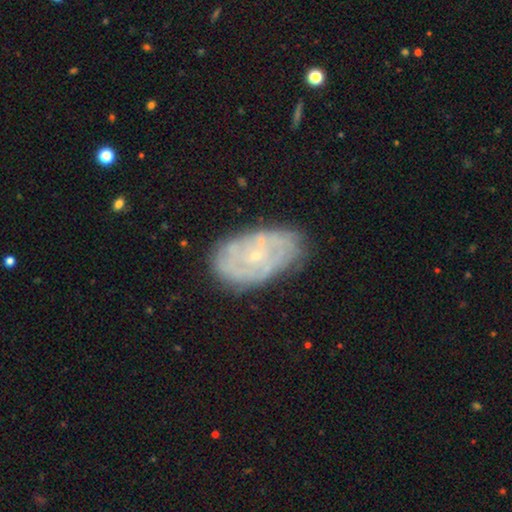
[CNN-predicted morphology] featured or disk 70%, smooth 22%, star or artifact 8%. Down the decision tree: edge-on disk — no (95%); bar — no (78%); spiral arms — yes (65%); bulge size — small (81%); merging — none (71%).